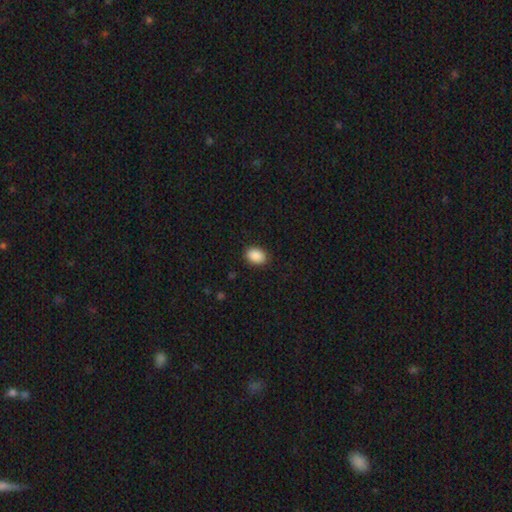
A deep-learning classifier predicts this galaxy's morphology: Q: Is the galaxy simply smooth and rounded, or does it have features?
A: smooth — 90%.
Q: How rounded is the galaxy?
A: in between — 80%.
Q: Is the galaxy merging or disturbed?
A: none — 88%.